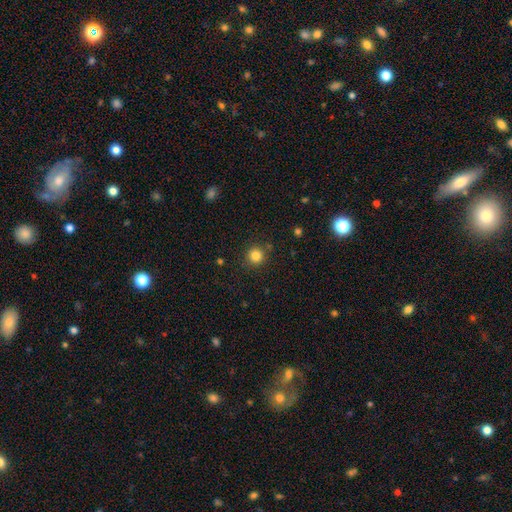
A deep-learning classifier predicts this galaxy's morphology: Smooth or featured? Predicted: smooth (p=0.83). How rounded? Predicted: round (p=0.94). Merging? Predicted: none (p=0.87).